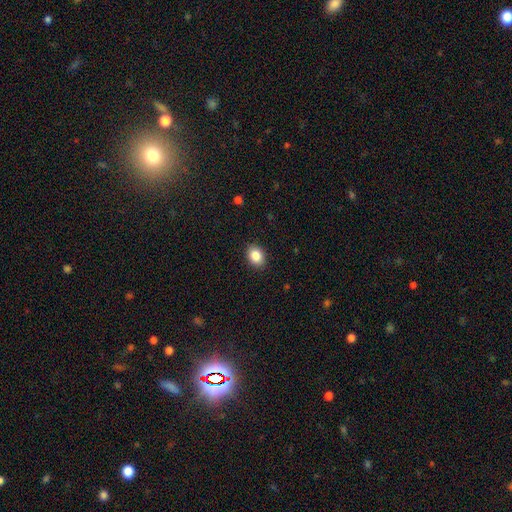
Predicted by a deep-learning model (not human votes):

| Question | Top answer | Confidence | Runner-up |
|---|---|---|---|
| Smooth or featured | smooth | 86% | star or artifact (9%) |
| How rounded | in between | 64% | round (35%) |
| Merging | none | 89% | minor disturbance (8%) |